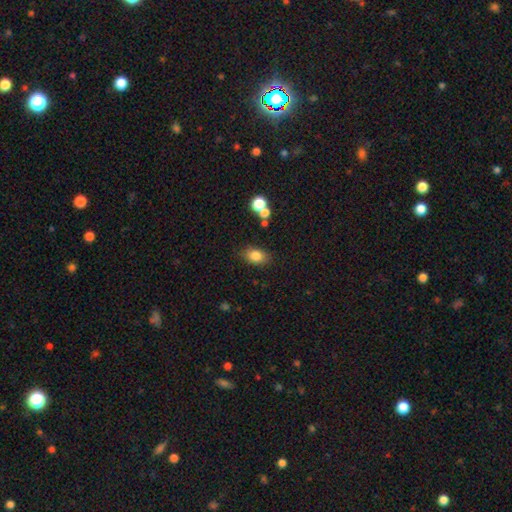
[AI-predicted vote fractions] smooth_or_featured: smooth (p=0.81) [alt: star or artifact p=0.10]
how_rounded: in between (p=0.82) [alt: round p=0.16]
merging: none (p=0.80) [alt: minor disturbance p=0.12]